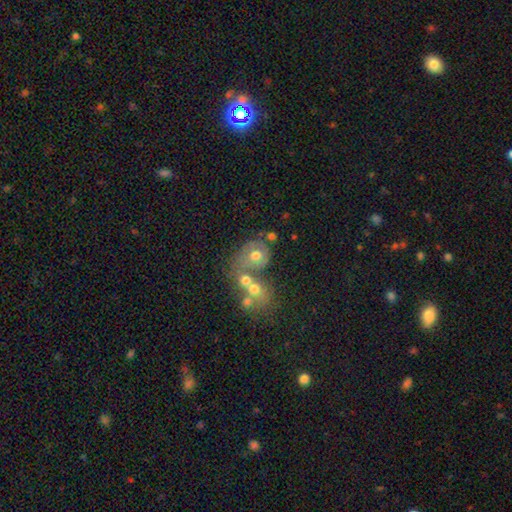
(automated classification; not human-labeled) This appears to be a smooth galaxy with no disk features (45%). Merging: merger (49%).